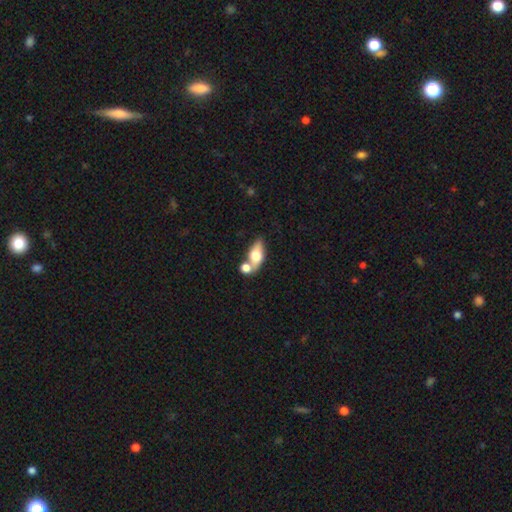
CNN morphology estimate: Overall: smooth (63%; featured or disk 30%). How rounded: in between (78%). Merging: none (43%; merger 39%).